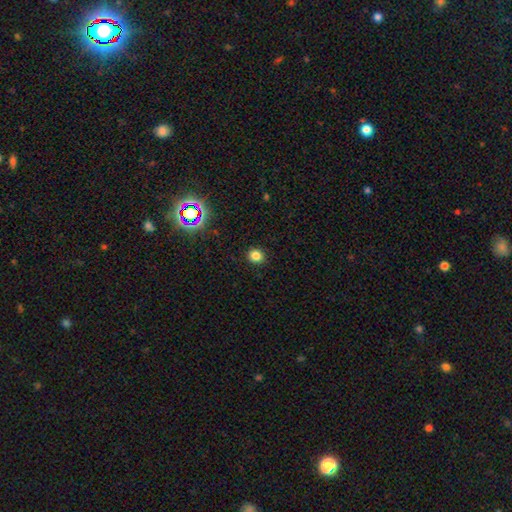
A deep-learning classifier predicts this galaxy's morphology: Smooth or featured? smooth (81%)
How rounded? round (84%)
Merging? none (92%)